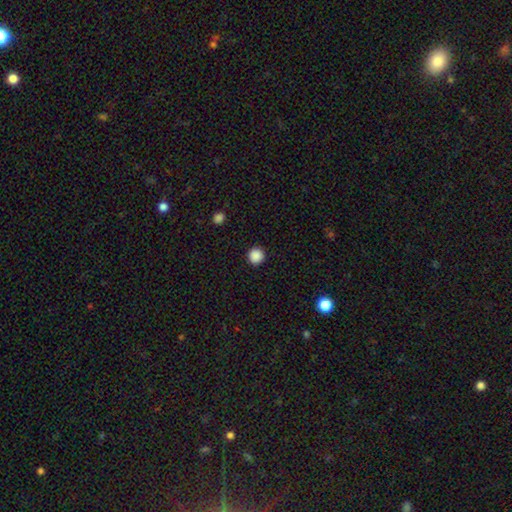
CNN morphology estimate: smooth-or-featured: smooth: 88% | star or artifact: 10% | featured or disk: 2%
  how-rounded: round: 95% | in between: 4% | cigar-shaped: 1%
  merging: none: 93% | minor disturbance: 5% | major disturbance: 2% | merger: 1%